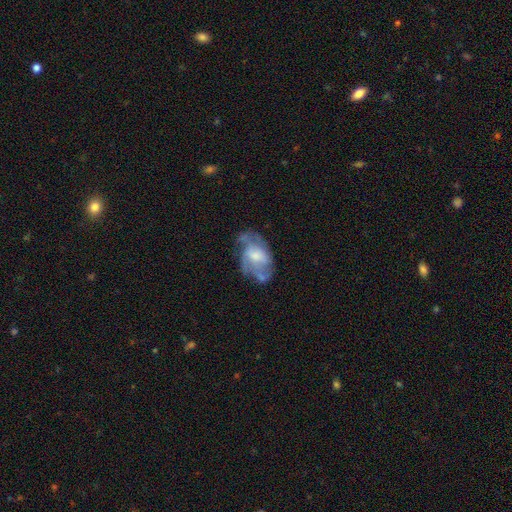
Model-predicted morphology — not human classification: Smooth or featured?
  - featured or disk: 67% *
  - smooth: 26%
  - star or artifact: 7%
Edge-on disk?
  - no: 97% *
  - yes: 3%
Bar?
  - no: 58% *
  - weak: 35%
  - strong: 7%
Spiral arms?
  - yes: 71% *
  - no: 29%
Bulge size?
  - moderate: 43% *
  - small: 30%
  - large: 14%
  - none: 11%
  - dominant: 2%
Merging?
  - none: 43% *
  - minor disturbance: 27%
  - major disturbance: 23%
  - merger: 6%